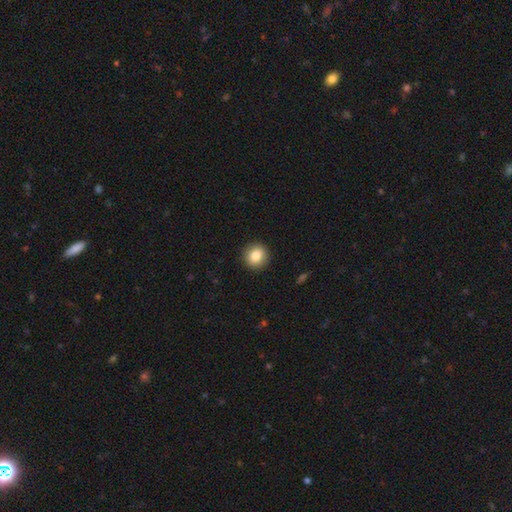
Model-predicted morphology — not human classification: Q: Smooth or featured?
A: smooth (84%); runner-up: star or artifact (9%)
Q: How rounded?
A: round (89%); runner-up: in between (10%)
Q: Merging?
A: none (92%); runner-up: minor disturbance (5%)